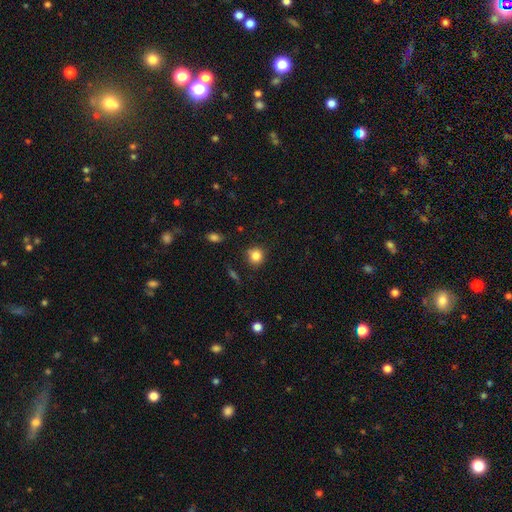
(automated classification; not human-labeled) smooth_or_featured: smooth (p=0.84) [alt: star or artifact p=0.11]
how_rounded: round (p=0.89) [alt: in between p=0.10]
merging: none (p=0.85) [alt: minor disturbance p=0.11]